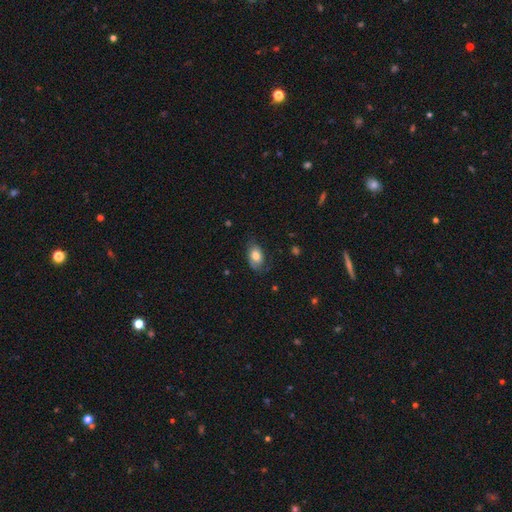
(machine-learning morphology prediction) smooth-or-featured: smooth: 72% | featured or disk: 21% | star or artifact: 7%
  how-rounded: in between: 87% | round: 11% | cigar-shaped: 2%
  merging: none: 70% | minor disturbance: 23% | major disturbance: 6% | merger: 1%